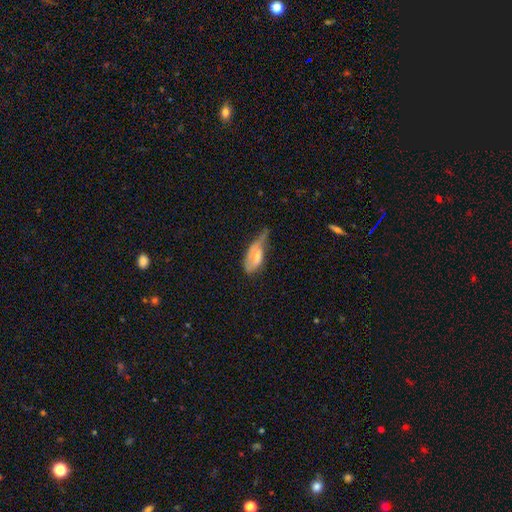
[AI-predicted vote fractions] smooth 57%, featured or disk 36%, star or artifact 7%. Down the decision tree: how rounded — in between (84%); merging — minor disturbance (42%).